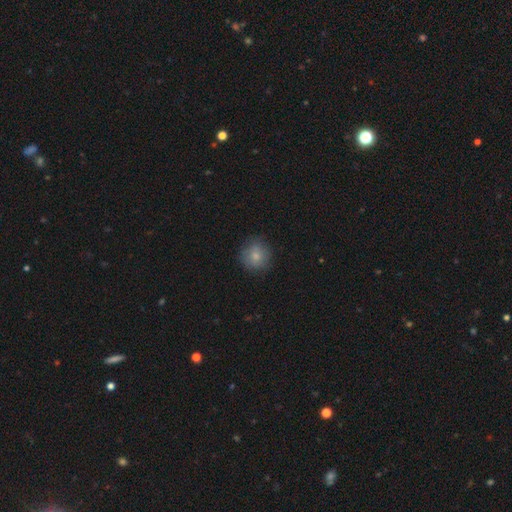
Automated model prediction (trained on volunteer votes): Smooth or featured: smooth — 80% (featured or disk — 11%)
How rounded: round — 92% (in between — 7%)
Merging: none — 83% (minor disturbance — 13%)